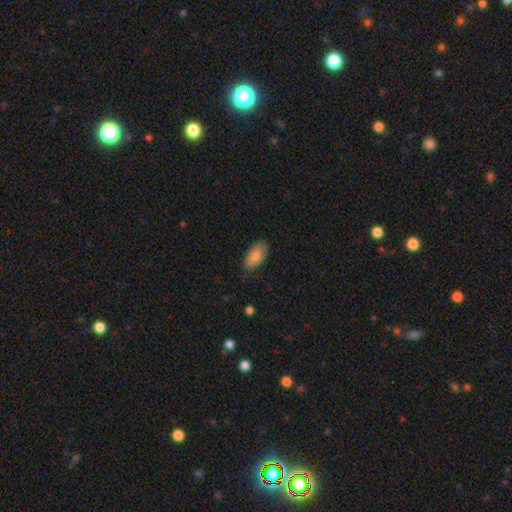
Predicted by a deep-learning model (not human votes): A smooth galaxy with no disk features (83%) that is in between round and cigar-shaped (94%). Merging: none (77%).